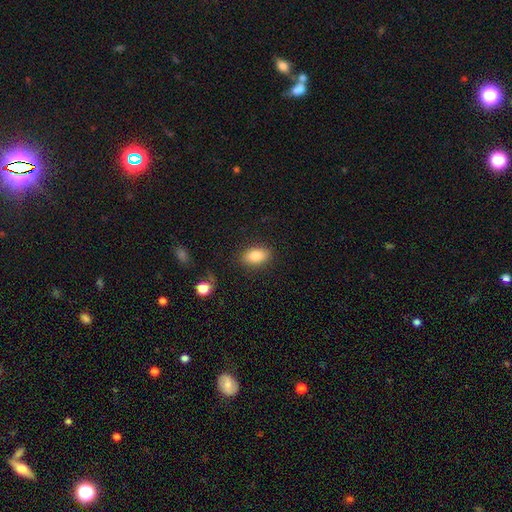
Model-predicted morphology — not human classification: A smooth galaxy with no disk features (84%) that is in between round and cigar-shaped (88%). Merging: none (86%).